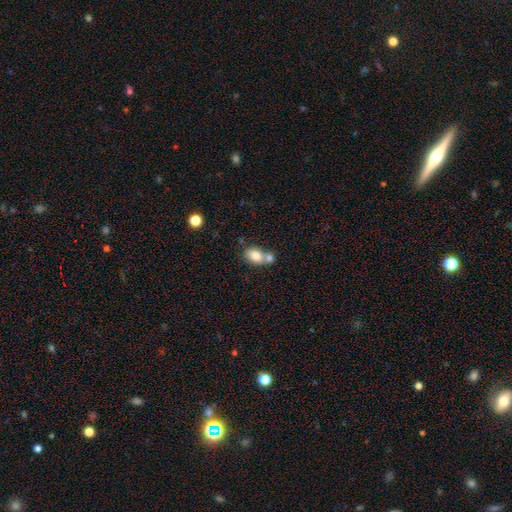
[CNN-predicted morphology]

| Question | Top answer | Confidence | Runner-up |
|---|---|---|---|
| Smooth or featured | smooth | 81% | featured or disk (10%) |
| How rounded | in between | 76% | round (23%) |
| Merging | merger | 51% | none (35%) |